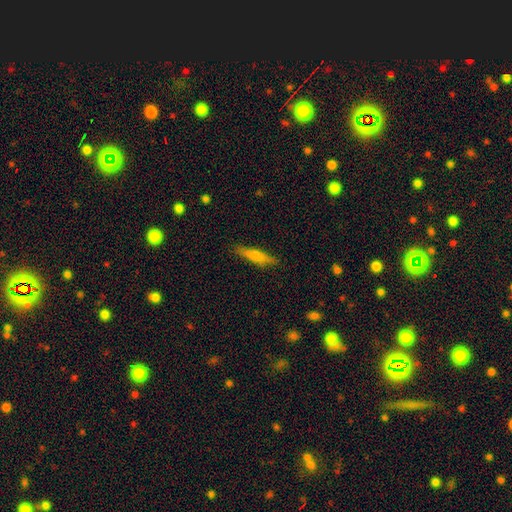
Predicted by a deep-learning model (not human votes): A smooth galaxy with no disk features (54%) that is cigar-shaped (86%).

Vote fractions:
- Smooth or featured? smooth: 54% / featured or disk: 38% / star or artifact: 8%
- How rounded? cigar-shaped: 86% / in between: 12% / round: 2%
- Merging? none: 88% / minor disturbance: 9% / major disturbance: 2% / merger: 1%